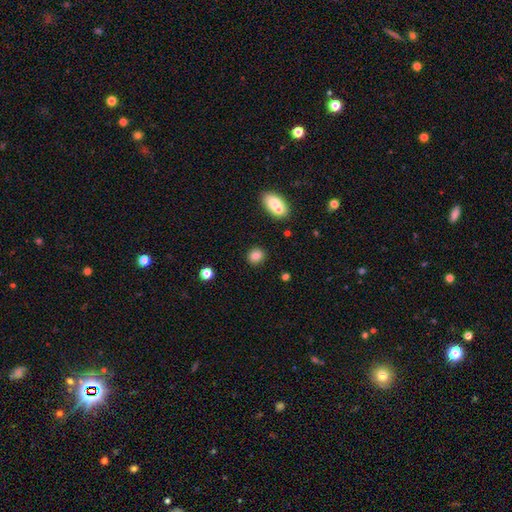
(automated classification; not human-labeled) Smooth or featured? smooth (83%)
How rounded? round (80%)
Merging? none (87%)